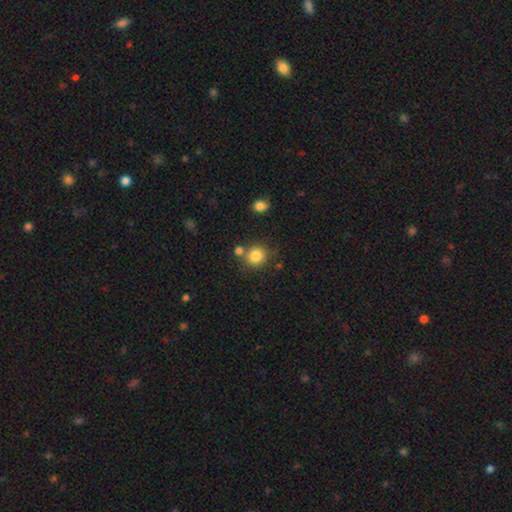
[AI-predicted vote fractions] Smooth or featured?
  - smooth: 83% *
  - star or artifact: 11%
  - featured or disk: 6%
How rounded?
  - round: 86% *
  - in between: 13%
  - cigar-shaped: 1%
Merging?
  - none: 73% *
  - merger: 13%
  - minor disturbance: 10%
  - major disturbance: 3%